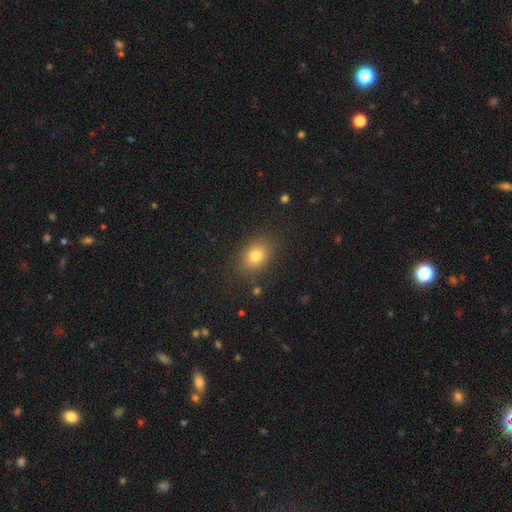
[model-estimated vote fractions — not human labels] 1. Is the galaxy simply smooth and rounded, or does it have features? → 79% smooth, 12% star or artifact, 9% featured or disk.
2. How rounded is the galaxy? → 63% in between, 36% round, 1% cigar-shaped.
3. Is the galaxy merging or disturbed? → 84% none, 11% minor disturbance, 4% major disturbance, 2% merger.